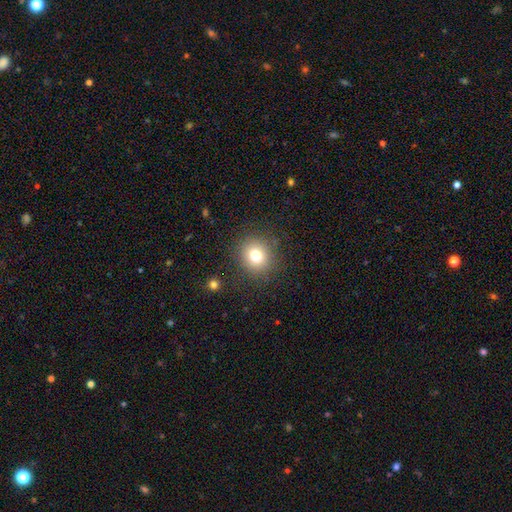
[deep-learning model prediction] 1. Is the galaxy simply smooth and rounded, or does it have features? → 76% smooth, 14% star or artifact, 10% featured or disk.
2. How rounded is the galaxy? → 87% round, 12% in between, 1% cigar-shaped.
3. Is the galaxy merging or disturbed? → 87% none, 8% minor disturbance, 4% major disturbance, 2% merger.